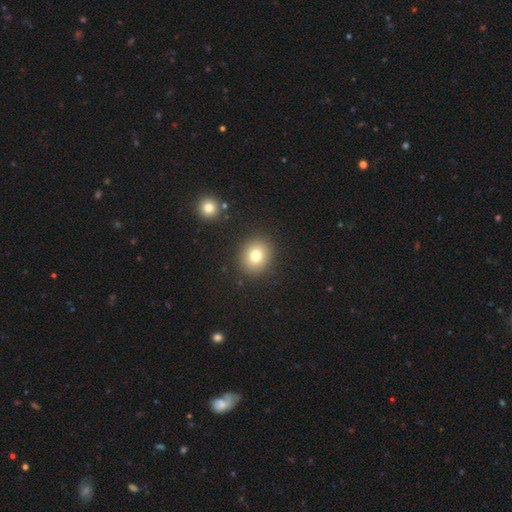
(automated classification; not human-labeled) Morphology: type=smooth (77%); roundness=round (74%); merging=none (89%).